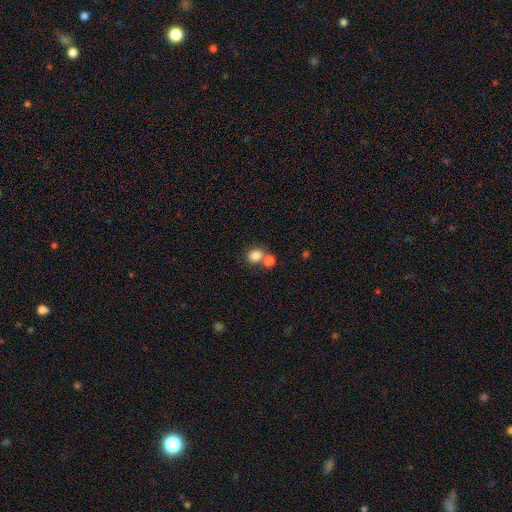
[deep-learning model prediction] Overall: smooth (82%). How rounded: round (74%). Merging: none (55%; merger 33%).